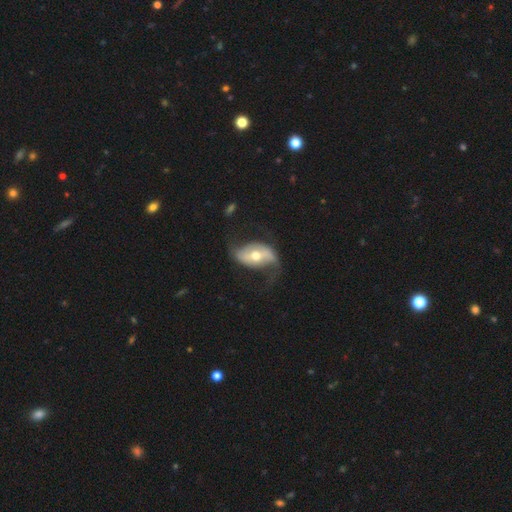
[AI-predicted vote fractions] This is likely a featured or disk galaxy (73%). It is clearly not viewed edge-on (94%). Bar: marginally no (38%). Spiral arm pattern: clearly yes (83%). Spiral arm count: clearly 2 (87%). Spiral winding: likely loose (70%). Central bulge: likely moderate (71%). Merging: possibly none (54%).